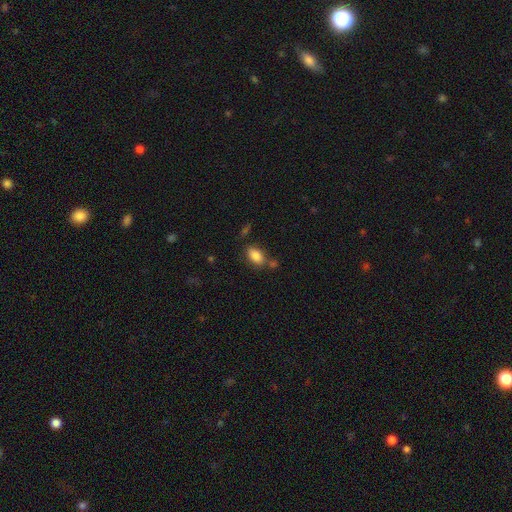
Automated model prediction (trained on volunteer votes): The model was most divided on "merging": none: 68%, minor disturbance: 14%, merger: 13%, major disturbance: 5%. More confident: how rounded — in between (91%); smooth or featured — smooth (85%).